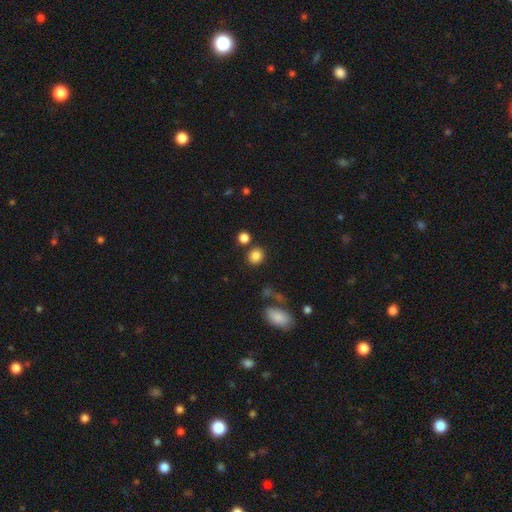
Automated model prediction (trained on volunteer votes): Smooth or featured: smooth — 84% (star or artifact — 11%)
How rounded: round — 80% (in between — 19%)
Merging: none — 79% (merger — 9%)